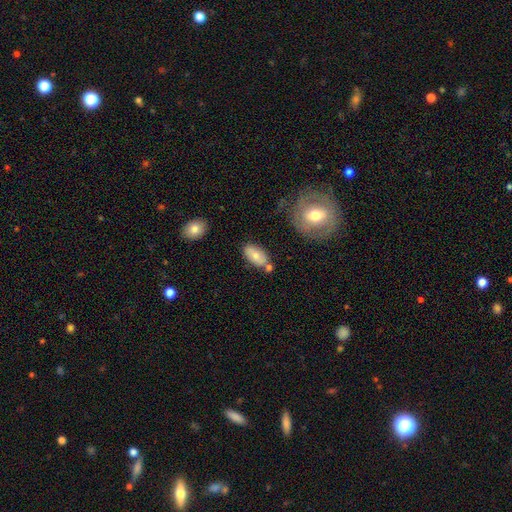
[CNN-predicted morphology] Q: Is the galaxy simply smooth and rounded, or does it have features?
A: smooth — 70%.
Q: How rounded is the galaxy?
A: in between — 92%.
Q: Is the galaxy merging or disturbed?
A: none — 66%.